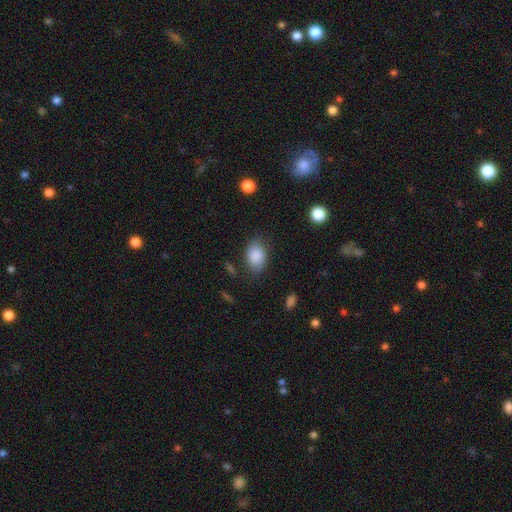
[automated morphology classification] type=smooth (87%); roundness=in between (78%); merging=none (75%).